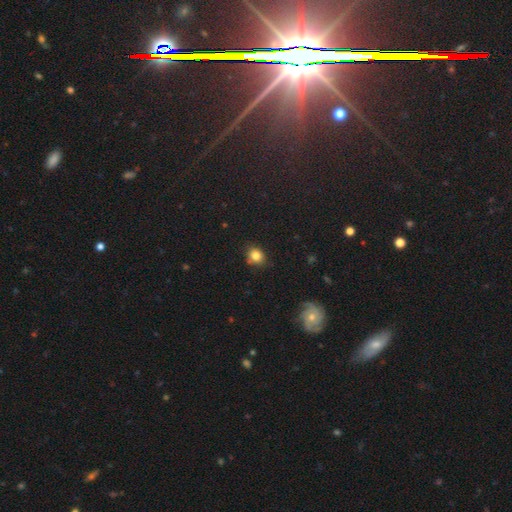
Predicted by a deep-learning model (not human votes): The model was most divided on "how rounded": round: 63%, in between: 36%, cigar-shaped: 1%. More confident: smooth or featured — smooth (82%); merging — none (77%).